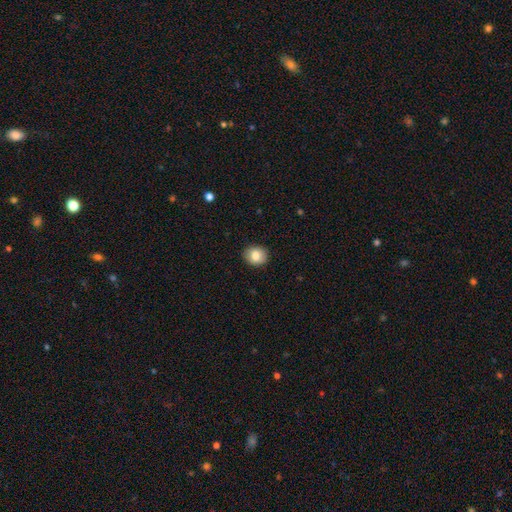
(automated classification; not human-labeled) The model was most divided on "how rounded": round: 65%, in between: 34%, cigar-shaped: 1%. More confident: merging — none (90%); smooth or featured — smooth (83%).